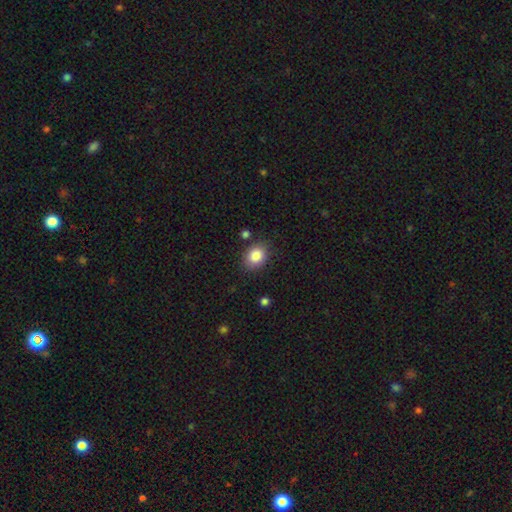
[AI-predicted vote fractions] A smooth galaxy with no disk features (85%) that is in between round and cigar-shaped (55%).

Vote fractions:
- Smooth or featured? smooth: 85% / star or artifact: 8% / featured or disk: 7%
- How rounded? in between: 55% / round: 44% / cigar-shaped: 1%
- Merging? none: 80% / minor disturbance: 13% / merger: 3% / major disturbance: 3%